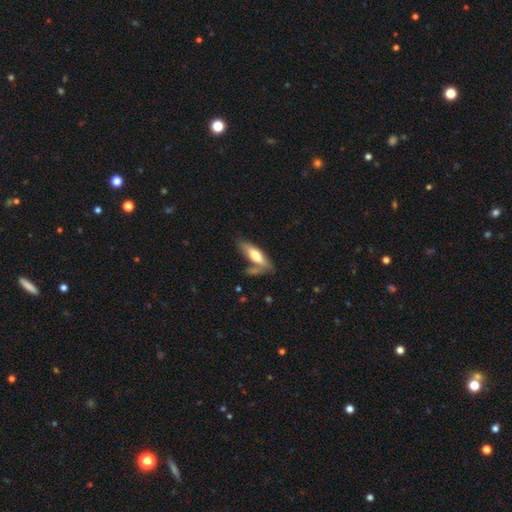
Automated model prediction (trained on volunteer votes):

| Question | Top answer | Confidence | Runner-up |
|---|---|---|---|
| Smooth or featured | smooth | 61% | featured or disk (33%) |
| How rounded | cigar-shaped | 51% | in between (47%) |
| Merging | none | 55% | minor disturbance (19%) |